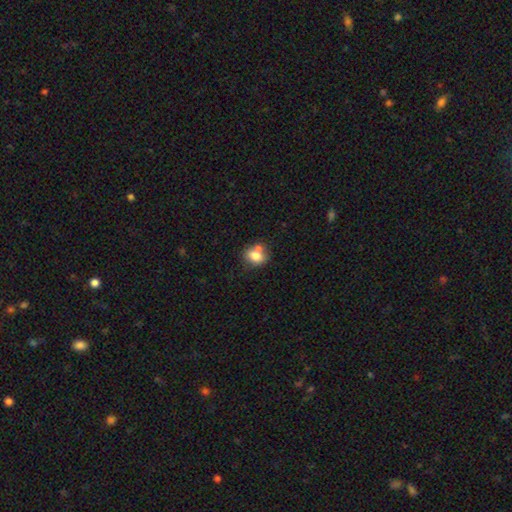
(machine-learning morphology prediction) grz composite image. It shows a smooth galaxy with no disk features (77%) that is in between round and cigar-shaped (50%). Merging: none (50%).